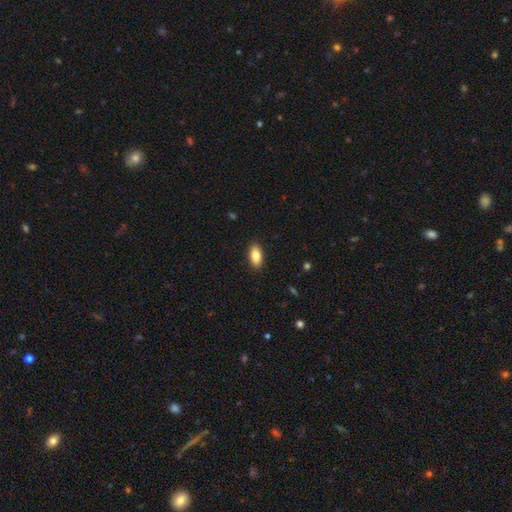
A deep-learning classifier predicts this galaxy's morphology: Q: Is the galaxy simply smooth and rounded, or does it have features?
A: smooth — 85%.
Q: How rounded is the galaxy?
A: in between — 91%.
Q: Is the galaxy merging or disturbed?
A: none — 89%.